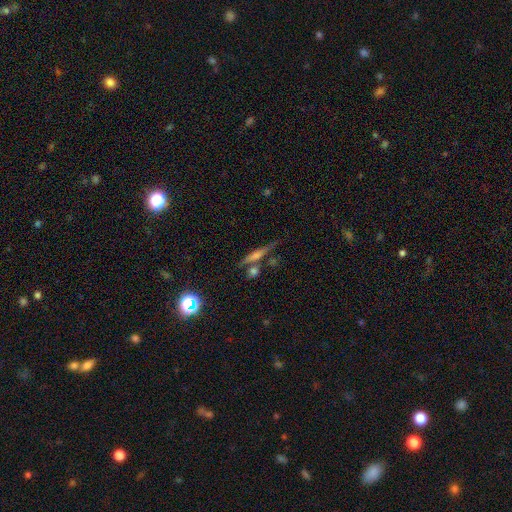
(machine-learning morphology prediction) smooth_or_featured: featured or disk (p=0.52) [alt: smooth p=0.33]
disk_edge_on: yes (p=0.91) [alt: no p=0.09]
merging: none (p=0.69) [alt: merger p=0.14]